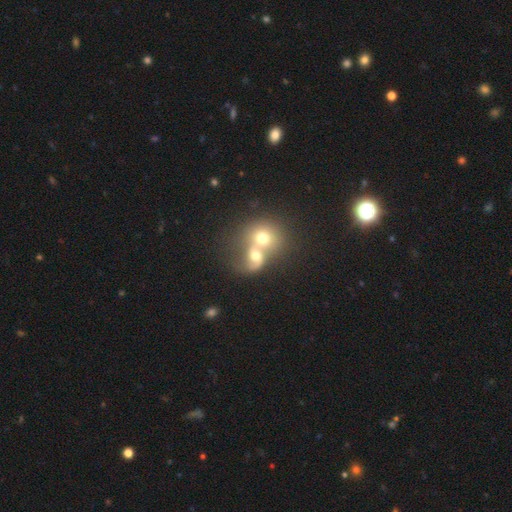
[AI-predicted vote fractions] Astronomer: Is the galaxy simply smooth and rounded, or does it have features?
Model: smooth — 52% (runner-up: featured or disk, 38%).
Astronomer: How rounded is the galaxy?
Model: round — 65%.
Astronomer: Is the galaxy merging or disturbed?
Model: merger — 75%.